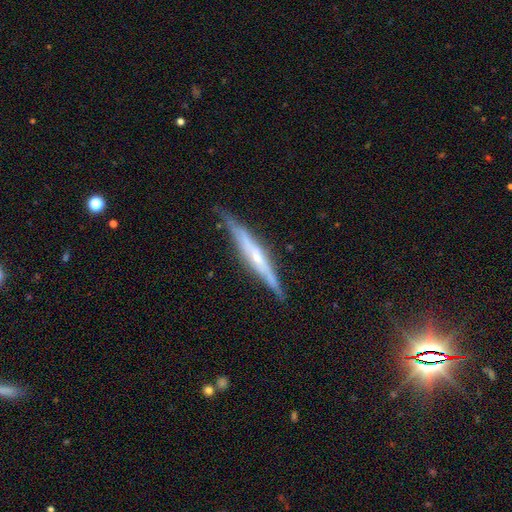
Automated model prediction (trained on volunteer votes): Smooth or featured?
  - featured or disk: 71% *
  - smooth: 23%
  - star or artifact: 6%
Edge-on disk?
  - yes: 94% *
  - no: 6%
Edge-on bulge?
  - rounded: 54% *
  - none: 33%
  - boxy: 13%
Merging?
  - none: 80% *
  - minor disturbance: 15%
  - major disturbance: 3%
  - merger: 2%